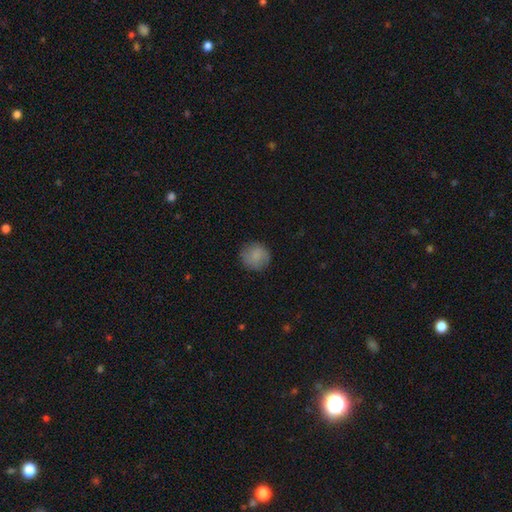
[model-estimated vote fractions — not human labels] Smooth or featured?
  - smooth: 83% *
  - featured or disk: 9%
  - star or artifact: 8%
How rounded?
  - round: 92% *
  - in between: 7%
  - cigar-shaped: 1%
Merging?
  - none: 85% *
  - minor disturbance: 11%
  - major disturbance: 3%
  - merger: 1%